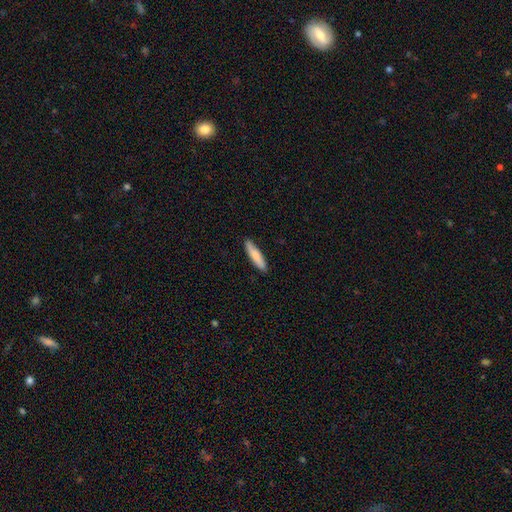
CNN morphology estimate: type=smooth (83%); roundness=cigar-shaped (82%); merging=none (87%).